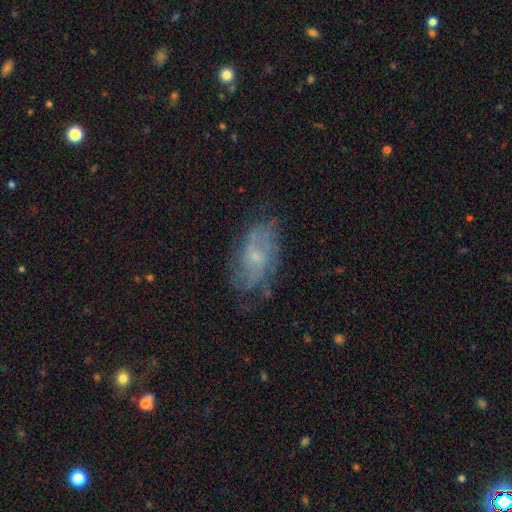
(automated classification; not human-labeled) smooth-or-featured: featured or disk: 61% | smooth: 29% | star or artifact: 9%
  disk-edge-on: no: 94% | yes: 6%
    bar: no: 66% | weak: 30% | strong: 4%
    has-spiral-arms: yes: 72% | no: 28%
    bulge-size: small: 59% | moderate: 25% | none: 13% | large: 2% | dominant: 1%
  merging: none: 61% | minor disturbance: 24% | major disturbance: 13% | merger: 2%